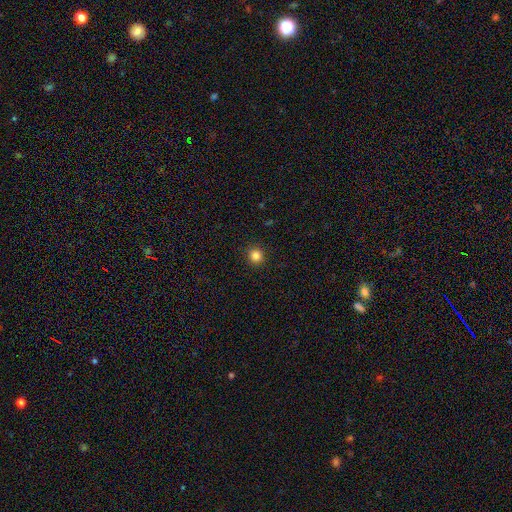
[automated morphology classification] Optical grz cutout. It shows a smooth galaxy with no disk features (85%) that is round (92%). Merging: none (92%).